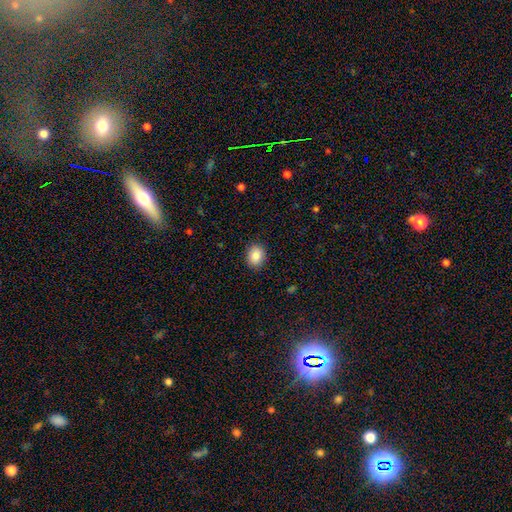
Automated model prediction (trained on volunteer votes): A smooth galaxy with no disk features (88%) that is in between round and cigar-shaped (56%). Merging: none (89%).